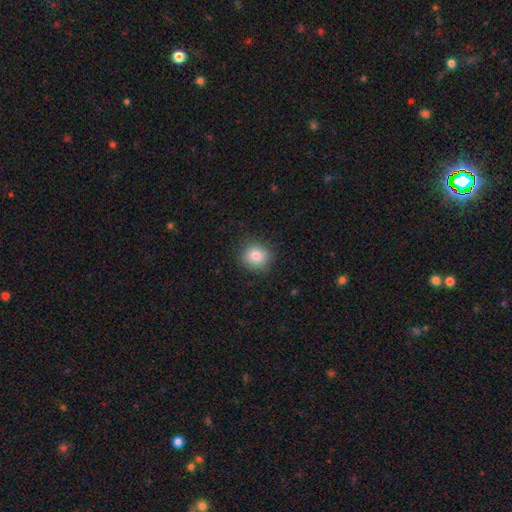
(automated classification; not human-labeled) Smooth or featured: smooth — 82% (star or artifact — 10%)
How rounded: round — 84% (in between — 15%)
Merging: none — 88% (minor disturbance — 9%)